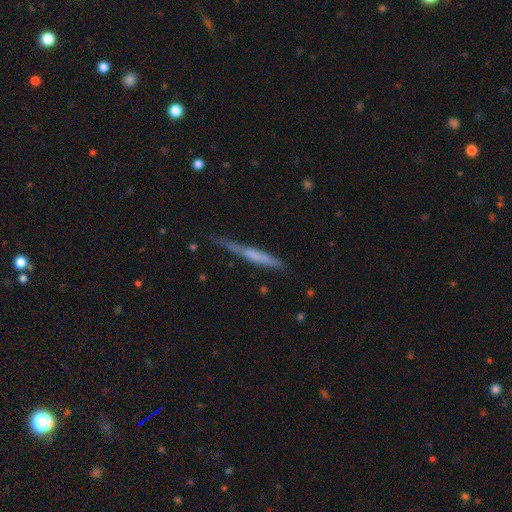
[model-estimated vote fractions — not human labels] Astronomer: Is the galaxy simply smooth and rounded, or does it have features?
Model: featured or disk — 47%, tied with smooth at 47%.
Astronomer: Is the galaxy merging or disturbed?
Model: none — 68%.